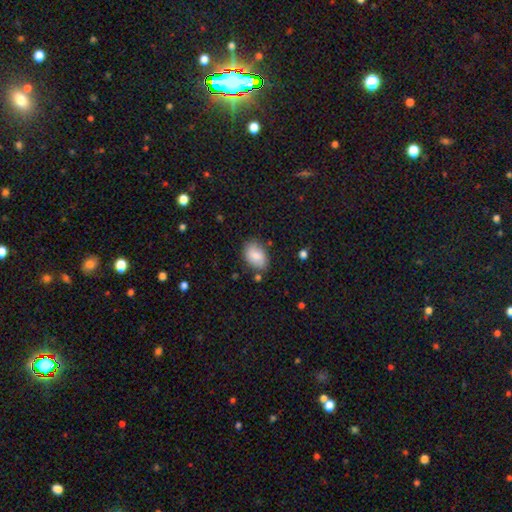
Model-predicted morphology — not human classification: A smooth galaxy with no disk features (80%) that is in between round and cigar-shaped (85%). Merging: none (77%).